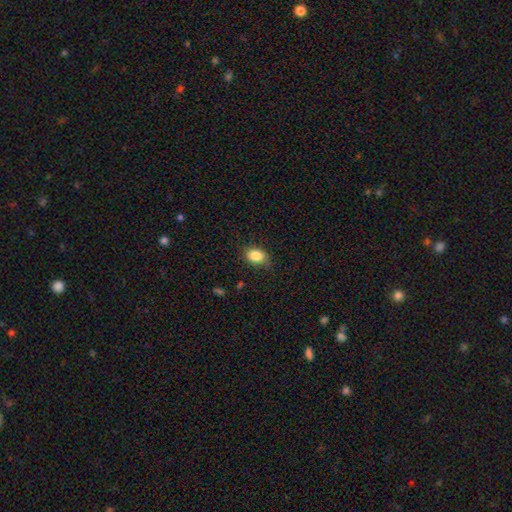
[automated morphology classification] A smooth galaxy with no disk features (86%) that is in between round and cigar-shaped (71%). Merging: none (76%).